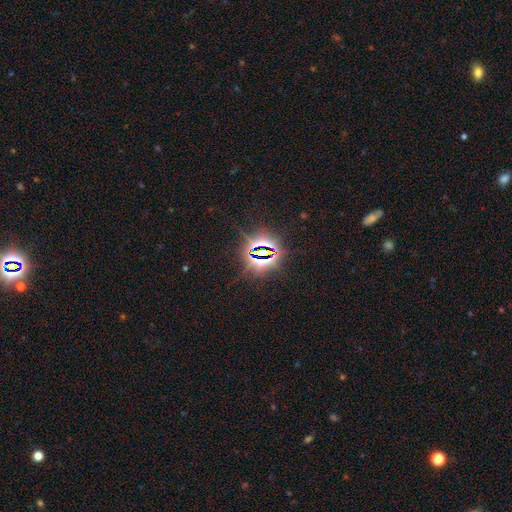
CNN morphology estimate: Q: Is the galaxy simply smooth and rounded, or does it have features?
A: star or artifact — 83%.